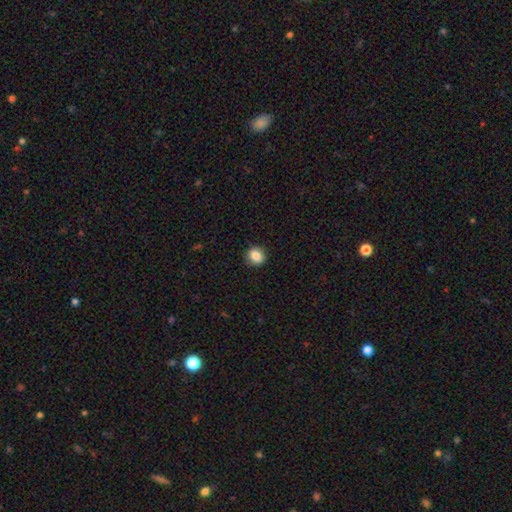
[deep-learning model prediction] Smooth or featured? smooth (87%)
How rounded? round (70%)
Merging? none (87%)